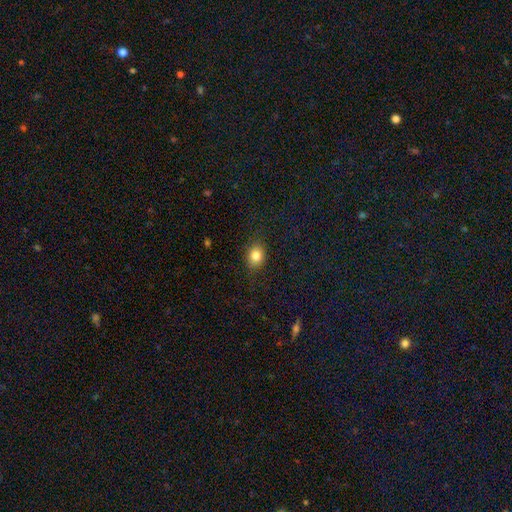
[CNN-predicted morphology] Smooth or featured?
  - smooth: 83% *
  - star or artifact: 10%
  - featured or disk: 7%
How rounded?
  - in between: 52% *
  - round: 46%
  - cigar-shaped: 1%
Merging?
  - none: 85% *
  - minor disturbance: 11%
  - major disturbance: 3%
  - merger: 1%